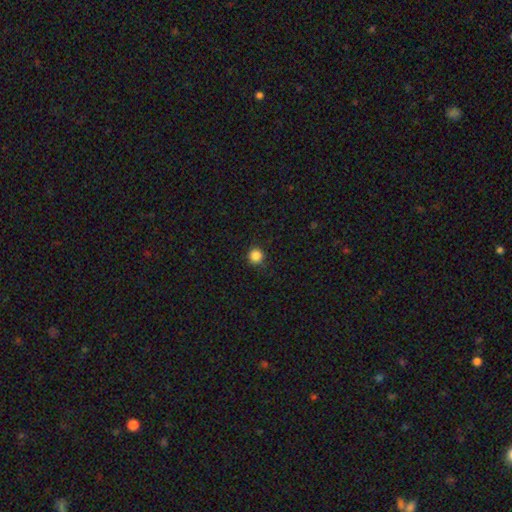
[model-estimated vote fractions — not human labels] A smooth galaxy with no disk features (85%) that is round (95%). Merging: none (89%).